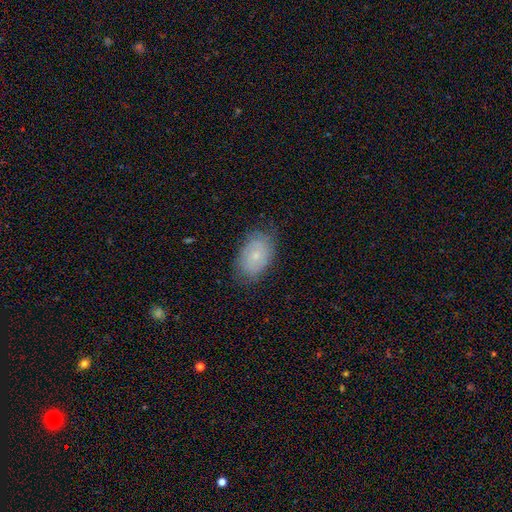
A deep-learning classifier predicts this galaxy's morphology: Smooth or featured?
  - featured or disk: 46% * (tied)
  - smooth: 46% * (tied)
  - star or artifact: 8%
Merging?
  - none: 76% *
  - minor disturbance: 18%
  - major disturbance: 5%
  - merger: 1%